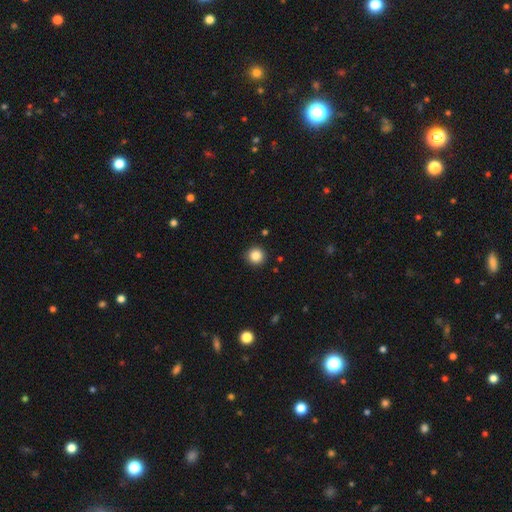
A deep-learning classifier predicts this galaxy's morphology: This is clearly a smooth galaxy (86%). How rounded: clearly round (95%). Merging: clearly none (92%).